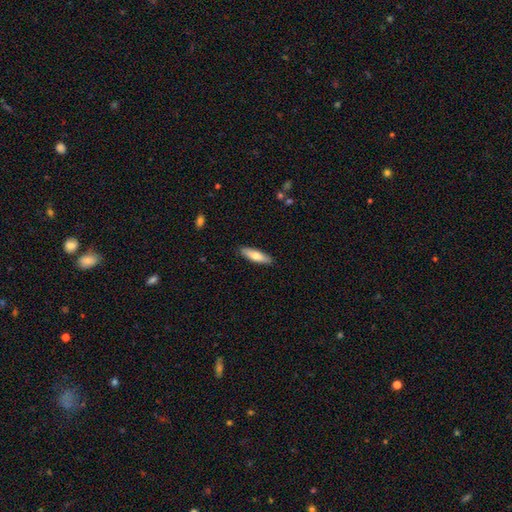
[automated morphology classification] This is likely a smooth galaxy (71%). How rounded: possibly cigar-shaped (58%). Merging: clearly none (89%).